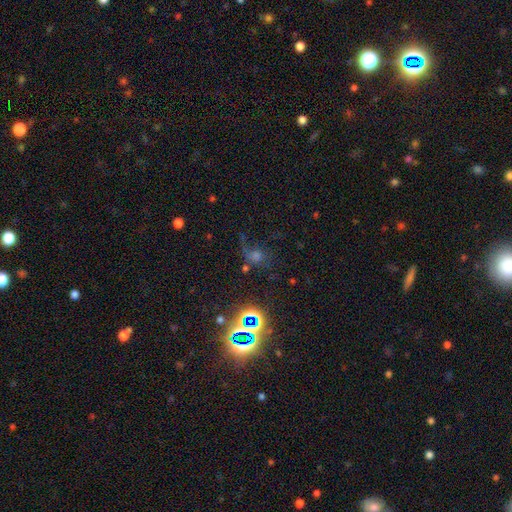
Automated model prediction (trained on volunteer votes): This is possibly a star or artifact rather than a galaxy (47%).